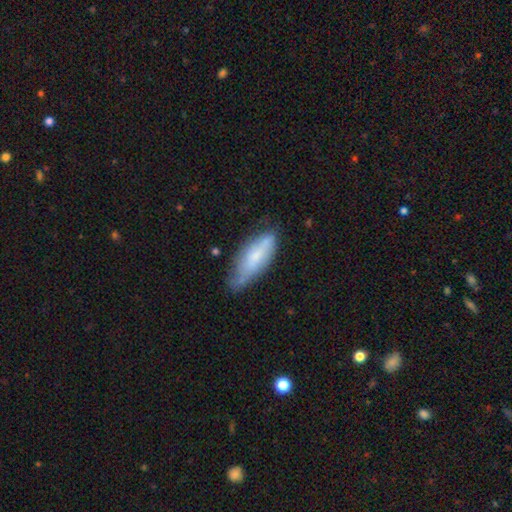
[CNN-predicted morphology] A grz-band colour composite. It shows a smooth galaxy with no disk features (60%) that is in between round and cigar-shaped (64%). Merging: none (57%).